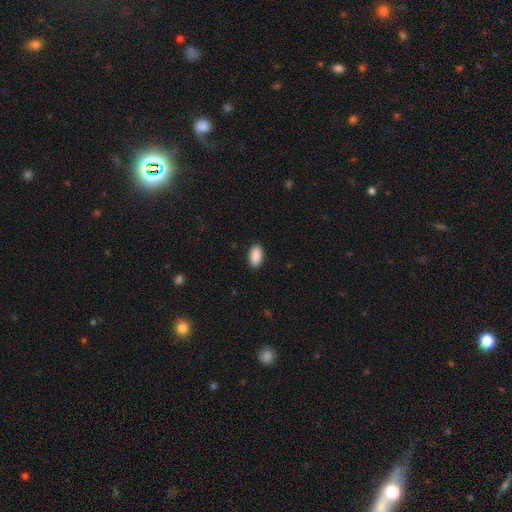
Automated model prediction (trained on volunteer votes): Overall: smooth (91%). How rounded: in between (95%). Merging: none (90%).